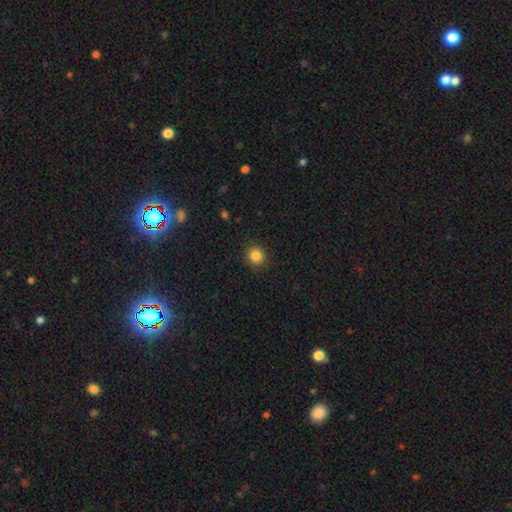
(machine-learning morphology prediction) type=smooth (85%); roundness=round (87%); merging=none (90%).